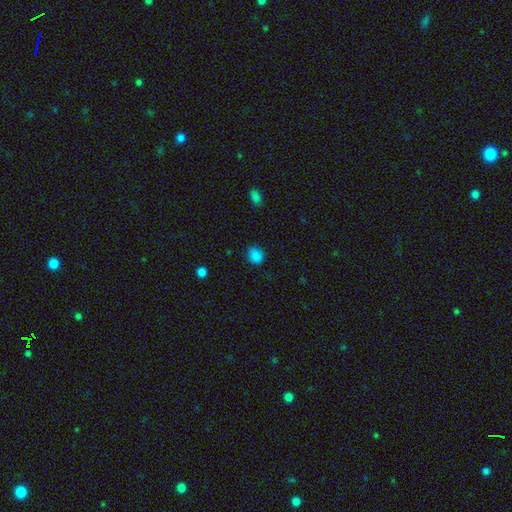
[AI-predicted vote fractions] This appears to be a smooth galaxy with no disk features (85%) that is round (68%). Merging: none (85%).